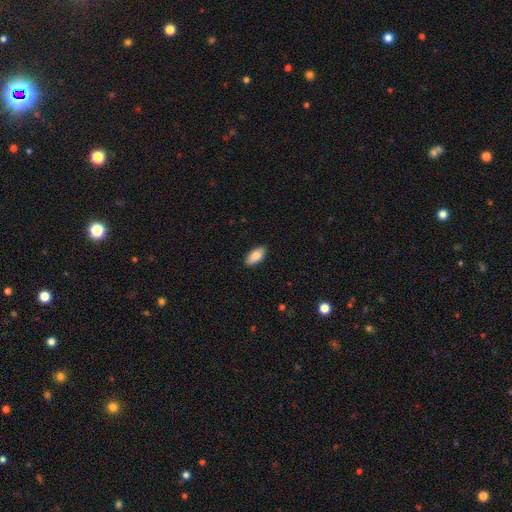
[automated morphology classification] Smooth or featured: smooth — 86% (featured or disk — 8%)
How rounded: in between — 91% (cigar-shaped — 7%)
Merging: none — 89% (minor disturbance — 9%)